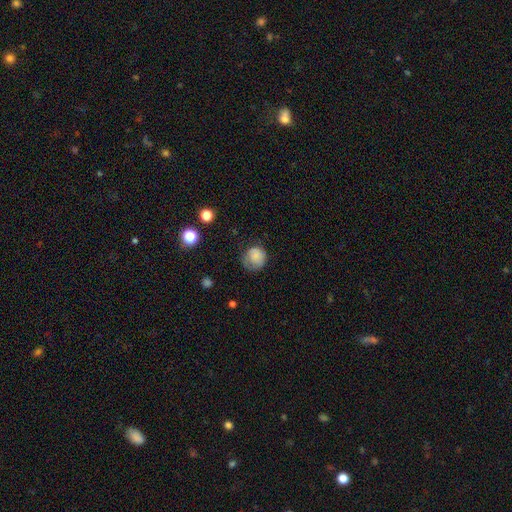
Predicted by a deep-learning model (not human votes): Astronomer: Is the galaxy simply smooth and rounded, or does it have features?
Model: smooth — 77%.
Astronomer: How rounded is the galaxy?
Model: round — 82%.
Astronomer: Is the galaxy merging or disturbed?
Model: none — 55%.